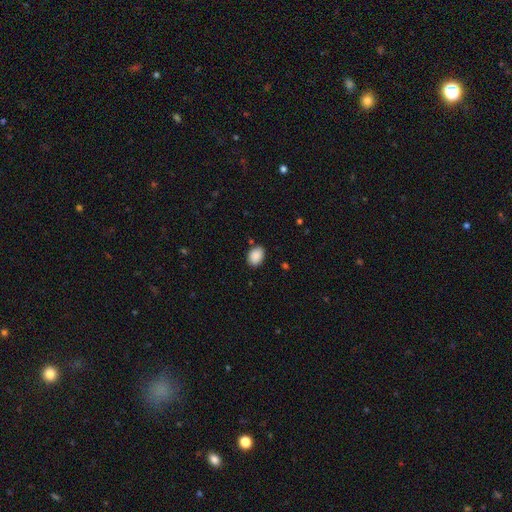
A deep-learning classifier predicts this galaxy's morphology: Q: Smooth or featured?
A: smooth (89%); runner-up: star or artifact (8%)
Q: How rounded?
A: in between (73%); runner-up: round (26%)
Q: Merging?
A: none (84%); runner-up: minor disturbance (12%)